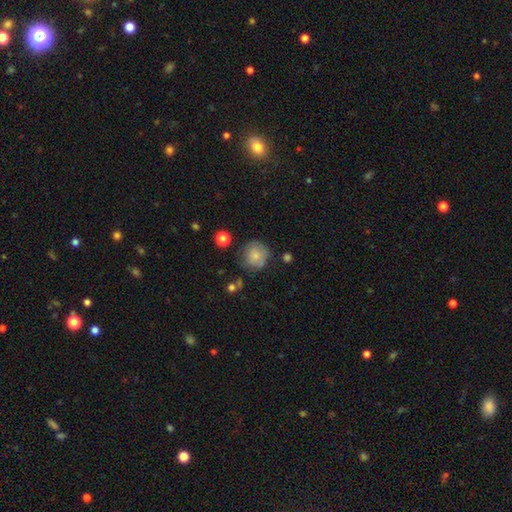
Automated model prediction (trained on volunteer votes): Smooth or featured? smooth (76%)
How rounded? round (87%)
Merging? none (64%)